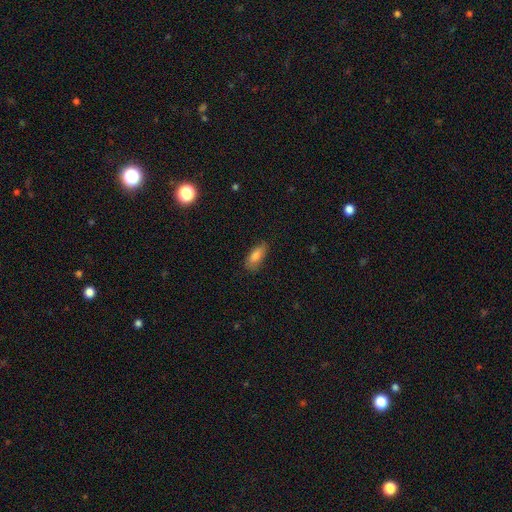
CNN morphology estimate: smooth 78%, featured or disk 13%, star or artifact 9%. Down the decision tree: how rounded — in between (75%); merging — none (79%).